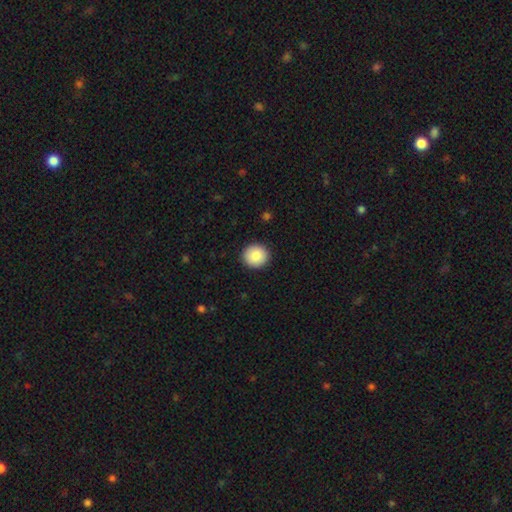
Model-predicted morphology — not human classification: type=smooth (87%); roundness=round (91%); merging=none (92%).